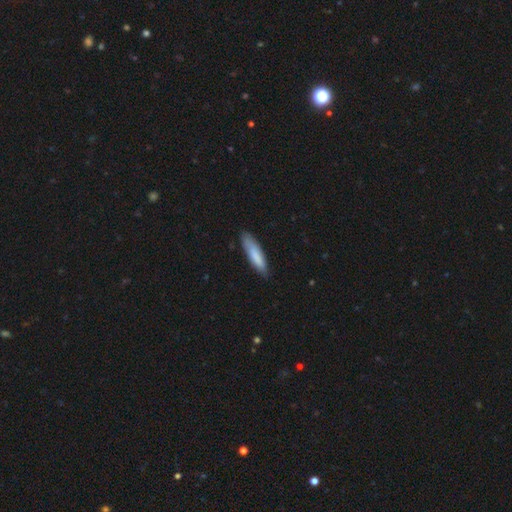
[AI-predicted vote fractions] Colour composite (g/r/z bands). It shows a smooth galaxy with no disk features (82%) that is cigar-shaped (73%). Merging: none (78%).